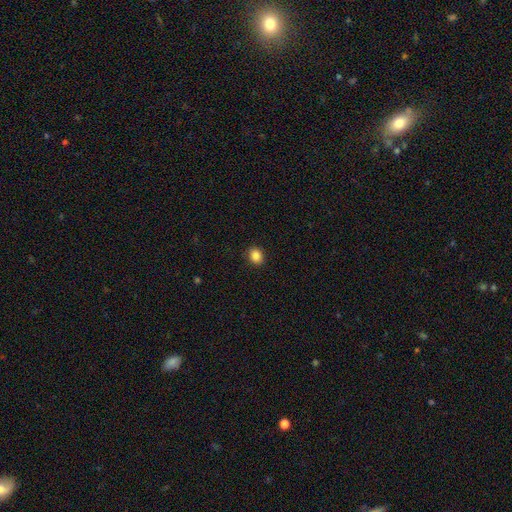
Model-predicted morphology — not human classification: Smooth or featured? smooth (85%)
How rounded? round (70%)
Merging? none (91%)